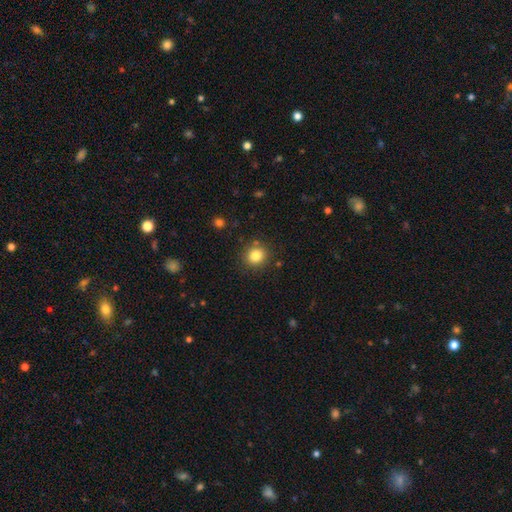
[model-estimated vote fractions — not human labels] This appears to be a smooth galaxy with no disk features (82%) that is round (87%). Merging: none (86%).